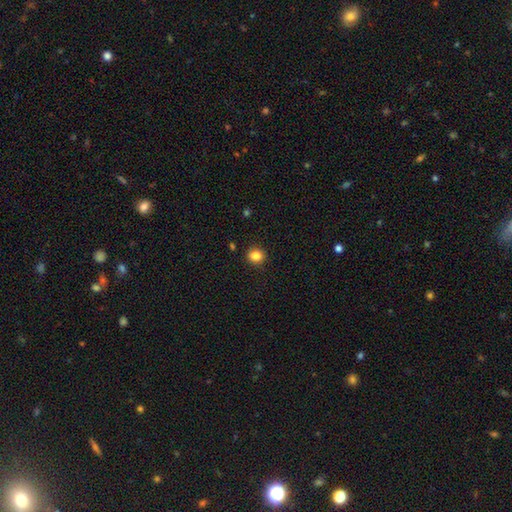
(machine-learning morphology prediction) A smooth galaxy with no disk features (84%) that is round (70%).

Vote fractions:
- Smooth or featured? smooth: 84% / star or artifact: 11% / featured or disk: 5%
- How rounded? round: 70% / in between: 29% / cigar-shaped: 1%
- Merging? none: 89% / minor disturbance: 8% / major disturbance: 2% / merger: 1%